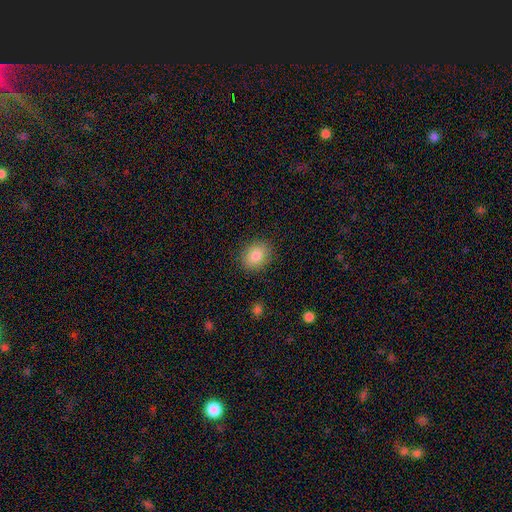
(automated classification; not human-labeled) Smooth or featured?
  - smooth: 85% *
  - star or artifact: 8%
  - featured or disk: 7%
How rounded?
  - round: 51% *
  - in between: 48%
  - cigar-shaped: 1%
Merging?
  - none: 87% *
  - minor disturbance: 9%
  - major disturbance: 3%
  - merger: 1%